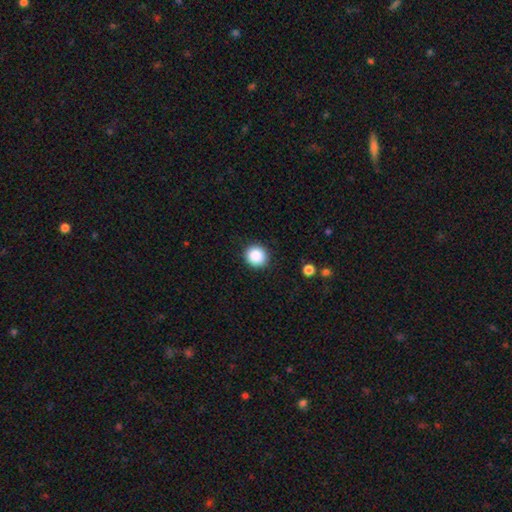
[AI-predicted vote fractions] smooth-or-featured: smooth: 88% | star or artifact: 9% | featured or disk: 3%
  how-rounded: round: 92% | in between: 7% | cigar-shaped: 1%
  merging: none: 90% | minor disturbance: 6% | major disturbance: 2% | merger: 1%